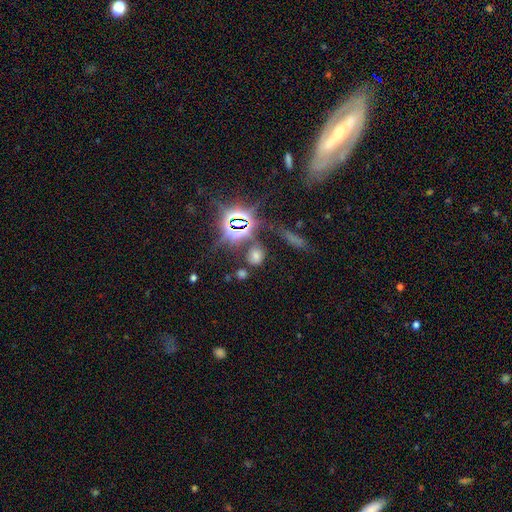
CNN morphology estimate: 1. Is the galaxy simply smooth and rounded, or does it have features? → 47% smooth, 44% star or artifact, 10% featured or disk.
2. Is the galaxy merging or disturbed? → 76% none, 12% minor disturbance, 7% merger, 6% major disturbance.